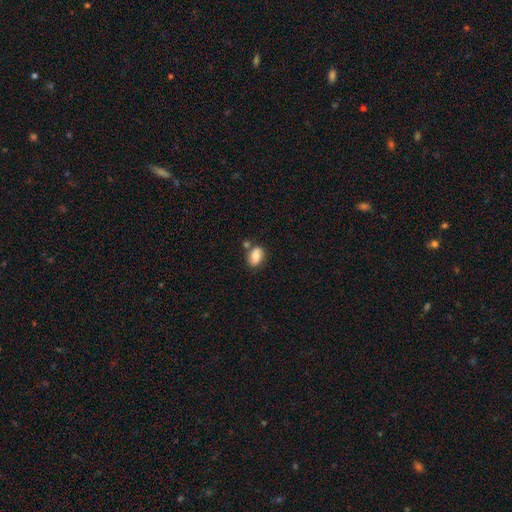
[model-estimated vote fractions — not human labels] This is likely a smooth galaxy (75%). How rounded: clearly in between (83%). Merging: likely none (61%).